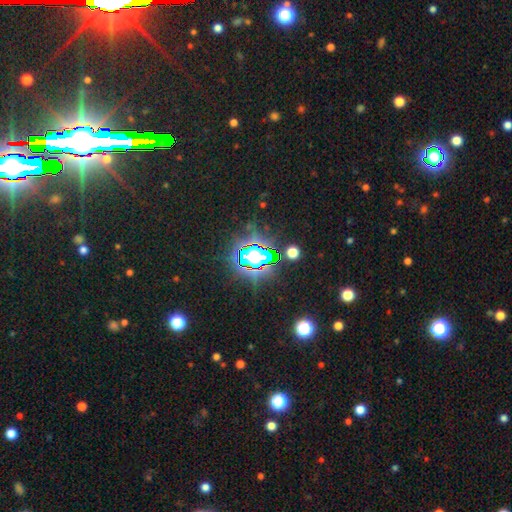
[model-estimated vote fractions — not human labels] Smooth or featured? star or artifact (77%)